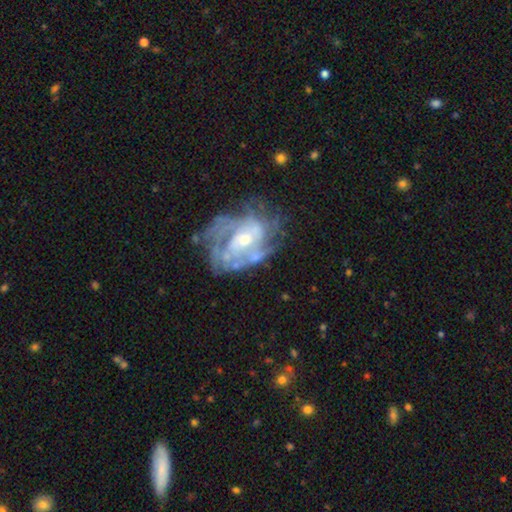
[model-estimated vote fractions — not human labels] The model was most divided on "bulge size" (2-way tie): moderate: 45%, small: 45%, none: 5%, large: 4%, dominant: 1%. Remaining: edge-on disk — no (94%); spiral arms — yes (70%); smooth or featured — featured or disk (69%); merging — none (59%); bar — no (41%).